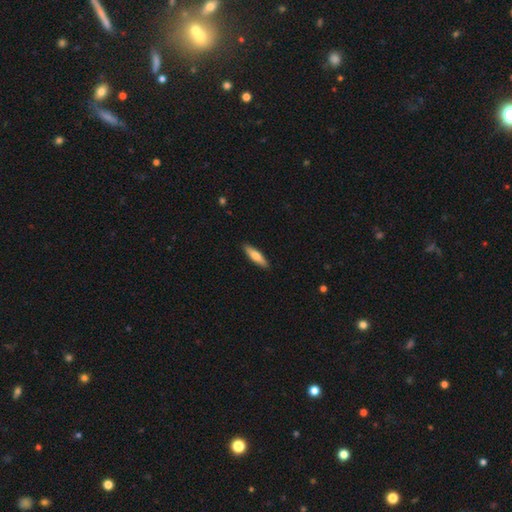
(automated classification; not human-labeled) Smooth or featured: smooth — 67% (featured or disk — 27%)
How rounded: cigar-shaped — 73% (in between — 26%)
Merging: none — 90% (minor disturbance — 7%)